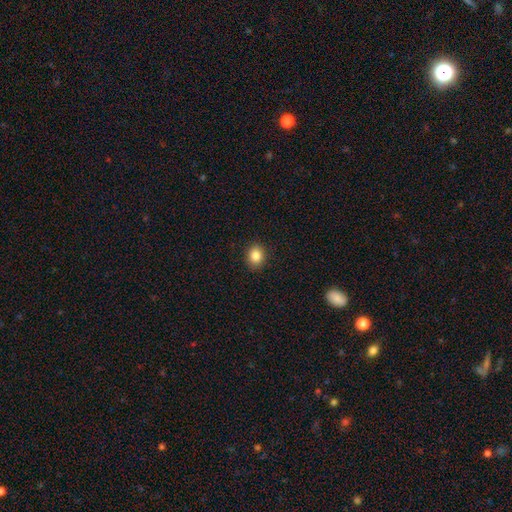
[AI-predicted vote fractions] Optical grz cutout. It shows a smooth galaxy with no disk features (85%) that is round (61%). Merging: none (91%).